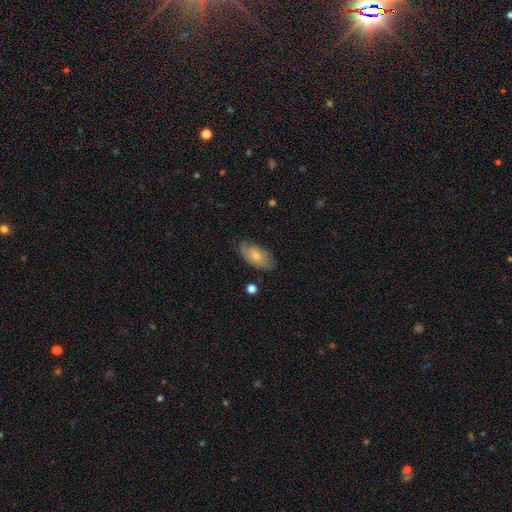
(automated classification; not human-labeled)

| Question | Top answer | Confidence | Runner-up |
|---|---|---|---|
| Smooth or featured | smooth | 58% | featured or disk (35%) |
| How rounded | in between | 92% | round (4%) |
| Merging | none | 67% | minor disturbance (25%) |